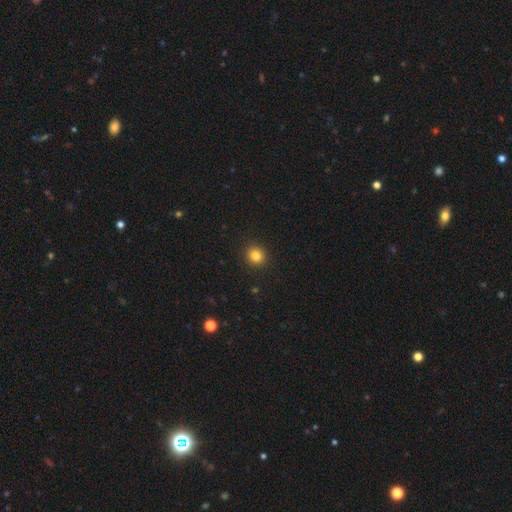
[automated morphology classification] smooth_or_featured: smooth (p=0.83) [alt: star or artifact p=0.12]
how_rounded: round (p=0.85) [alt: in between p=0.14]
merging: none (p=0.92) [alt: minor disturbance p=0.06]